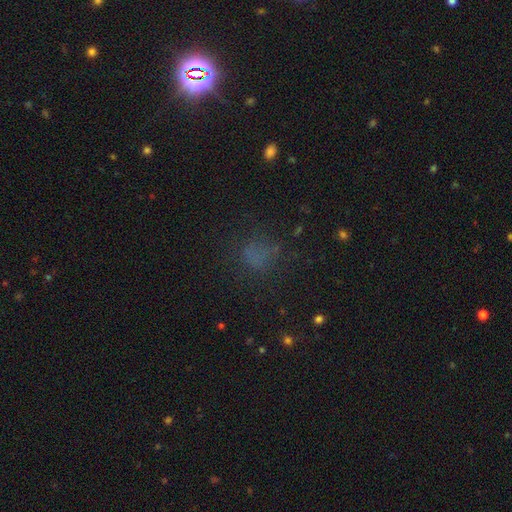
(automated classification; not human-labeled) smooth_or_featured: smooth (p=0.55) [alt: star or artifact p=0.29]
how_rounded: round (p=0.57) [alt: in between p=0.40]
merging: none (p=0.59) [alt: major disturbance p=0.20]